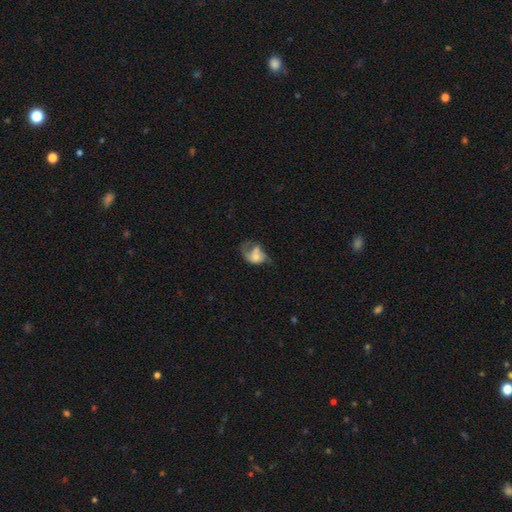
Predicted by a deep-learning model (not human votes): Smooth or featured? smooth (48%)
Merging? major disturbance (40%)